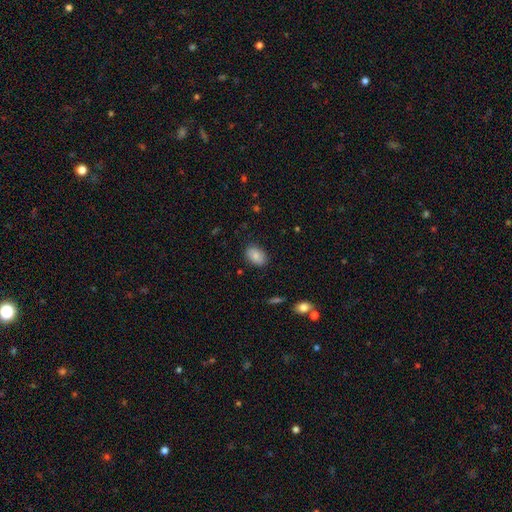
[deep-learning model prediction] Smooth or featured: smooth — 83% (featured or disk — 10%)
How rounded: in between — 83% (round — 16%)
Merging: none — 85% (minor disturbance — 11%)